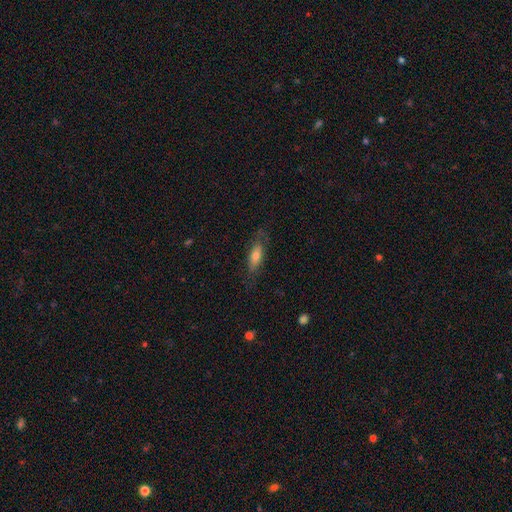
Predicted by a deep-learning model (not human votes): This is likely a smooth galaxy (64%). How rounded: possibly in between (54%). Merging: likely none (72%).